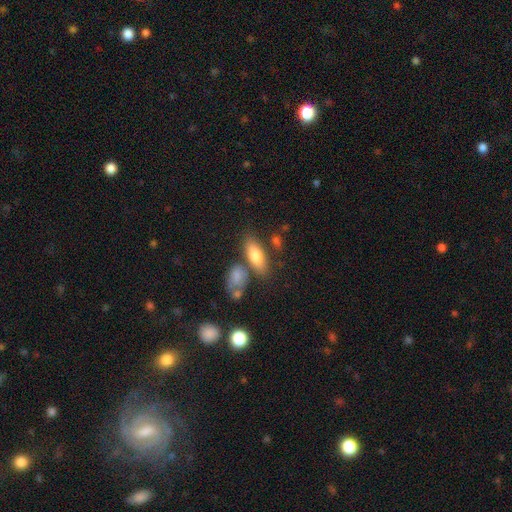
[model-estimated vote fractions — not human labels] This is likely a smooth galaxy (75%). How rounded: likely in between (78%). Merging: likely none (64%).